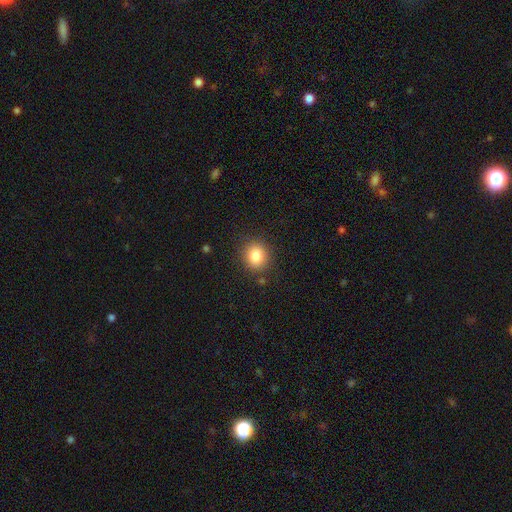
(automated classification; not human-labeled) A smooth galaxy with no disk features (83%) that is round (81%). Merging: none (87%).